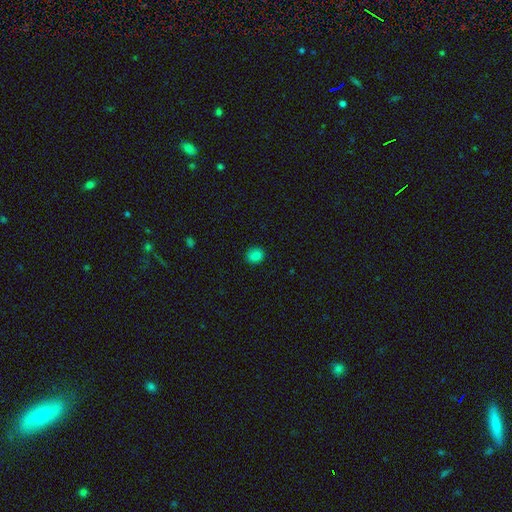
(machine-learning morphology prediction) This appears to be a smooth galaxy with no disk features (83%) that is round (69%). Merging: none (86%).